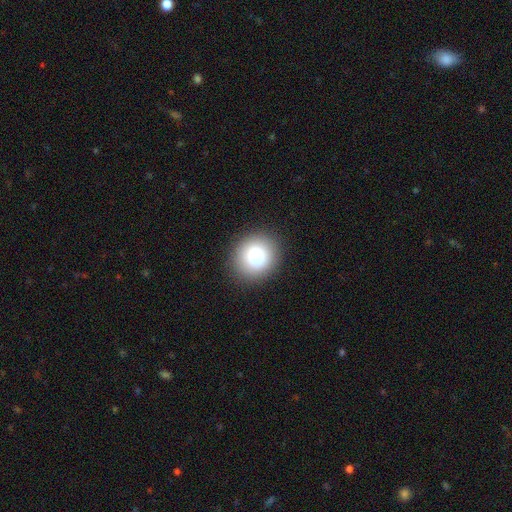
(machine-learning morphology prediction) Smooth or featured?
  - smooth: 77% *
  - star or artifact: 13%
  - featured or disk: 10%
How rounded?
  - round: 87% *
  - in between: 12%
  - cigar-shaped: 1%
Merging?
  - none: 90% *
  - minor disturbance: 6%
  - major disturbance: 3%
  - merger: 1%